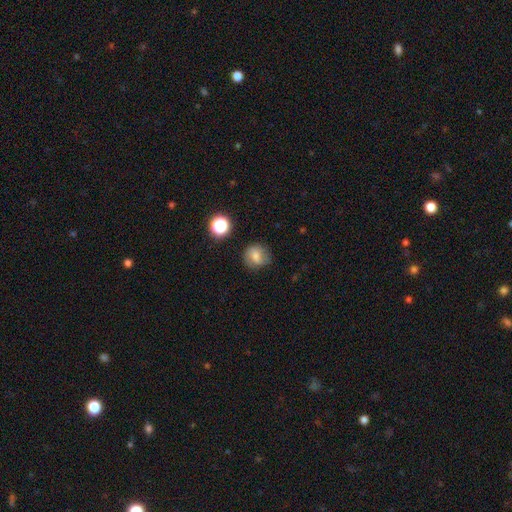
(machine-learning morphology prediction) type=smooth (69%); roundness=round (78%); merging=none (70%).